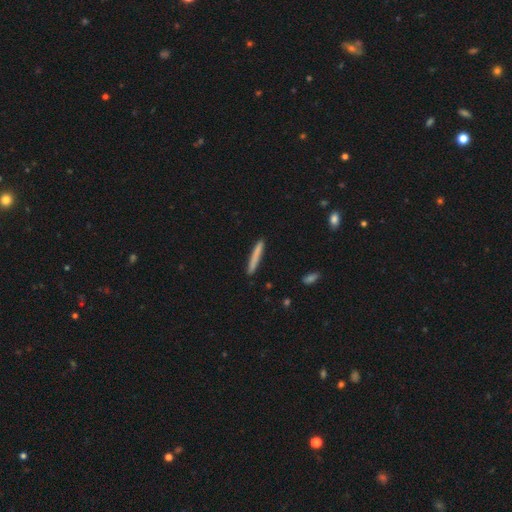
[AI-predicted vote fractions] Smooth or featured? smooth (76%)
How rounded? cigar-shaped (96%)
Merging? none (90%)